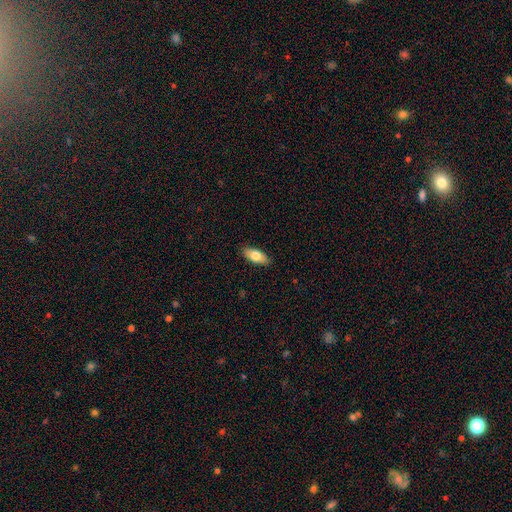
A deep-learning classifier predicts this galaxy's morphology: This appears to be a smooth galaxy with no disk features (77%) that is in between round and cigar-shaped (85%). Merging: none (89%).